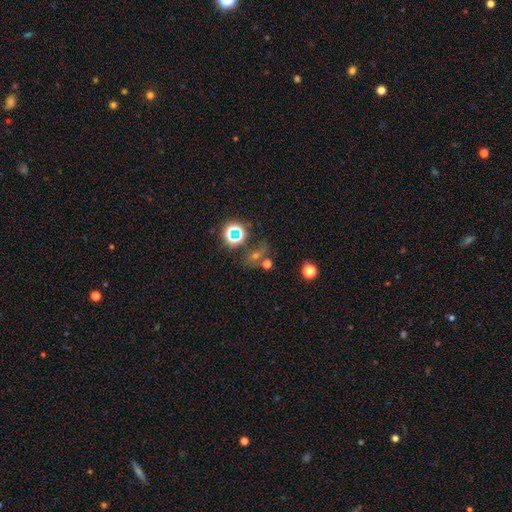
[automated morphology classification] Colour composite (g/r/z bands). It shows a star or artifact, not a galaxy (50%).